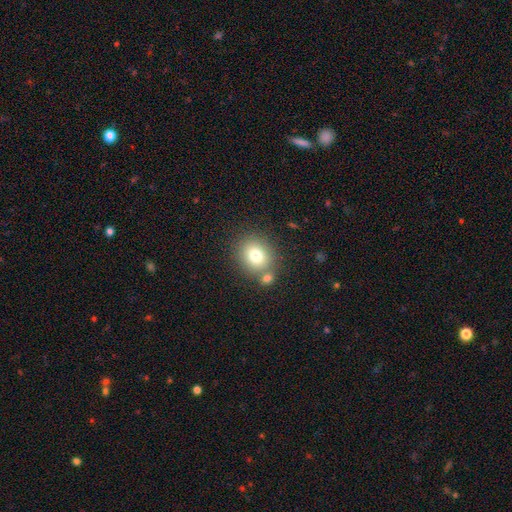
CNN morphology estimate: A smooth galaxy with no disk features (77%) that is round (69%).

Vote fractions:
- Smooth or featured? smooth: 77% / featured or disk: 12% / star or artifact: 11%
- How rounded? round: 69% / in between: 30% / cigar-shaped: 1%
- Merging? none: 66% / merger: 20% / minor disturbance: 10% / major disturbance: 4%